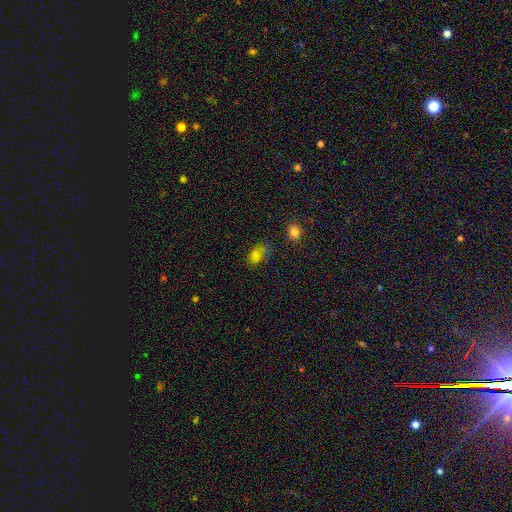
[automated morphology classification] Smooth or featured? smooth (72%)
How rounded? in between (73%)
Merging? none (39%)